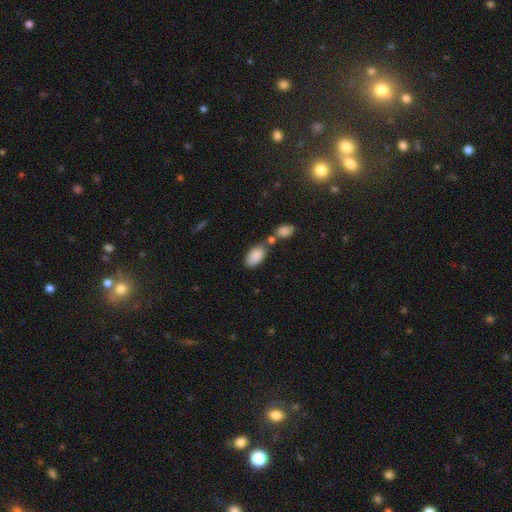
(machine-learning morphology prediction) The model was most divided on "merging": none: 50%, merger: 30%, minor disturbance: 15%, major disturbance: 5%. More confident: how rounded — in between (93%); smooth or featured — smooth (87%).